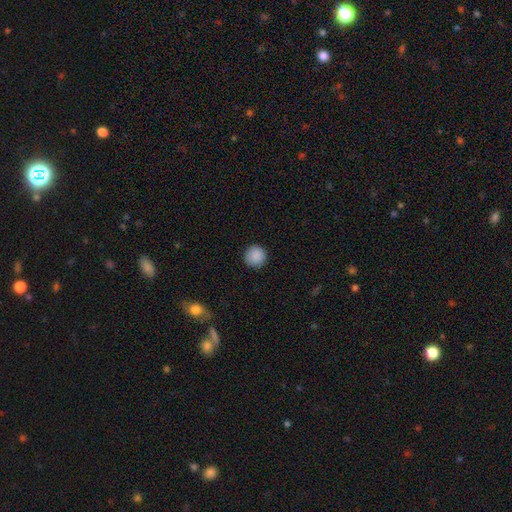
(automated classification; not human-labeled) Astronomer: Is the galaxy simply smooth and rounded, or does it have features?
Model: smooth — 90%.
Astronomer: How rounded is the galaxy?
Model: round — 96%.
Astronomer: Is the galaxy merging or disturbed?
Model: none — 92%.